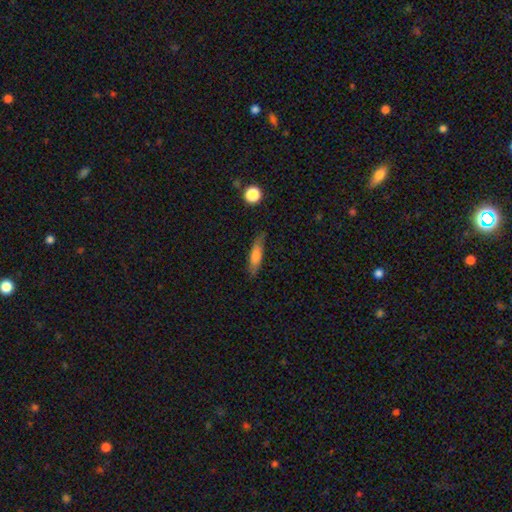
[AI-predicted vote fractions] Overall: smooth (67%). How rounded: cigar-shaped (70%). Merging: none (75%).